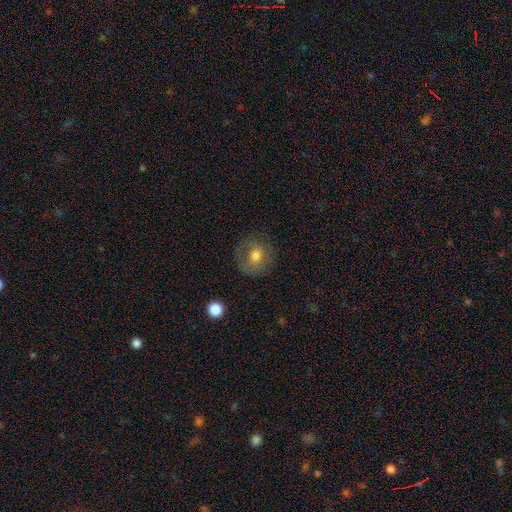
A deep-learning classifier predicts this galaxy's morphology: smooth 64%, featured or disk 25%, star or artifact 11%. Down the decision tree: how rounded — round (82%); merging — none (74%).